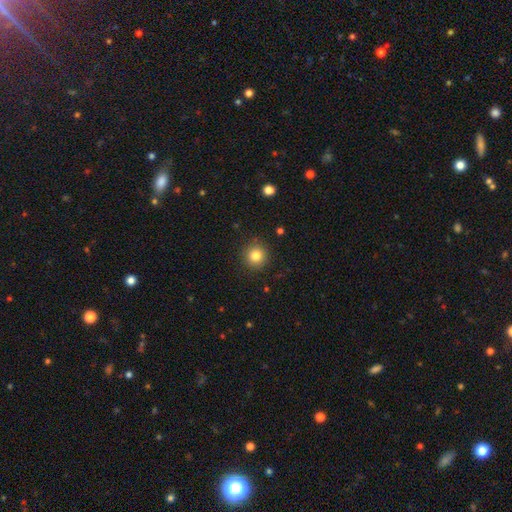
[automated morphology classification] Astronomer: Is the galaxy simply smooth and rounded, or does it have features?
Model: smooth — 82%.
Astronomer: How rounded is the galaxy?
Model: round — 93%.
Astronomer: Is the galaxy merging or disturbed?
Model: none — 90%.